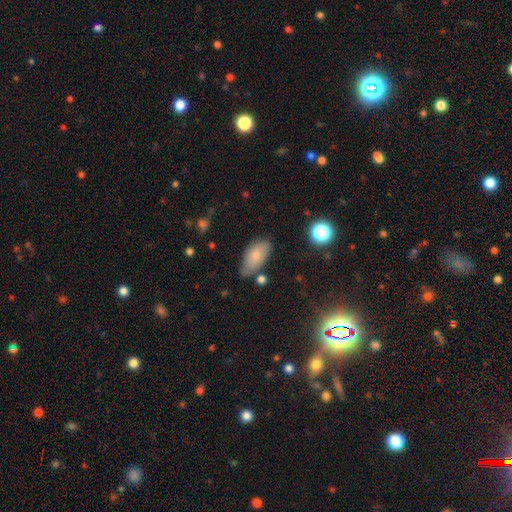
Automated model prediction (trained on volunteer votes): The model was most divided on "merging": none: 64%, minor disturbance: 27%, major disturbance: 5%, merger: 4%. More confident: how rounded — in between (92%); smooth or featured — smooth (73%).